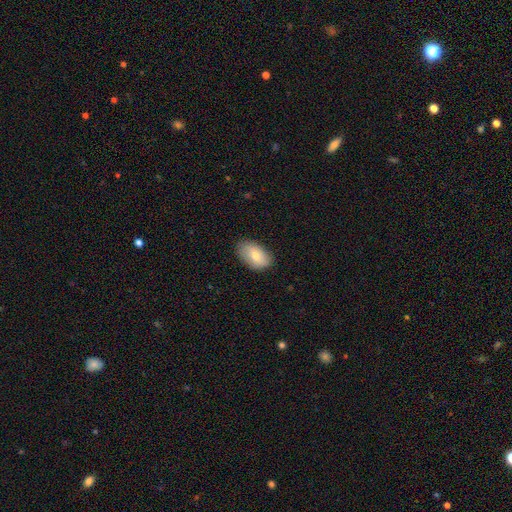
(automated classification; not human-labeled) A smooth galaxy with no disk features (76%) that is in between round and cigar-shaped (92%). Merging: none (81%).